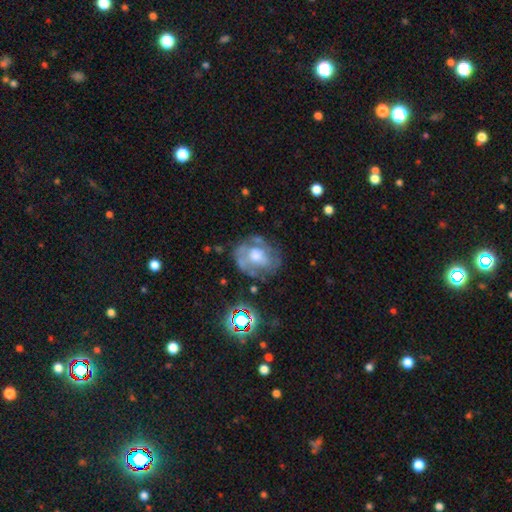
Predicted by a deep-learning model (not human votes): Smooth or featured? Predicted: featured or disk (p=0.62). Edge-on disk? Predicted: no (p=0.96). Bar? Predicted: no (p=0.75). Spiral arms? Predicted: yes (p=0.56). Bulge size? Predicted: moderate (p=0.61). Merging? Predicted: none (p=0.58).